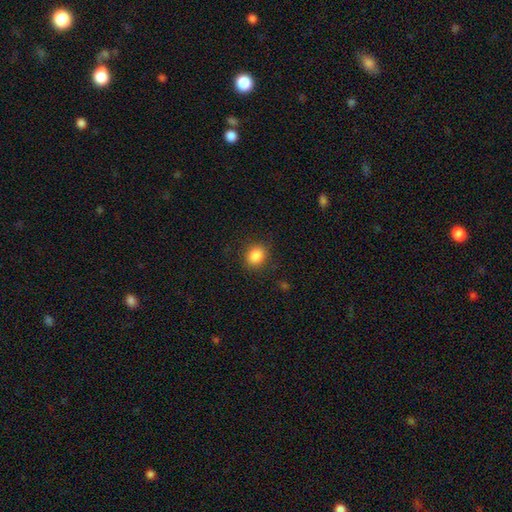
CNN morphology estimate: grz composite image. It shows a smooth galaxy with no disk features (86%) that is round (70%). Merging: none (86%).